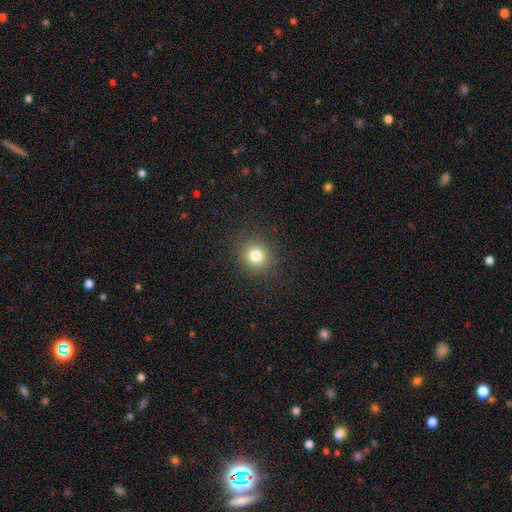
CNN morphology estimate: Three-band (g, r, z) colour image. It shows a smooth galaxy with no disk features (80%) that is round (88%). Merging: none (90%).